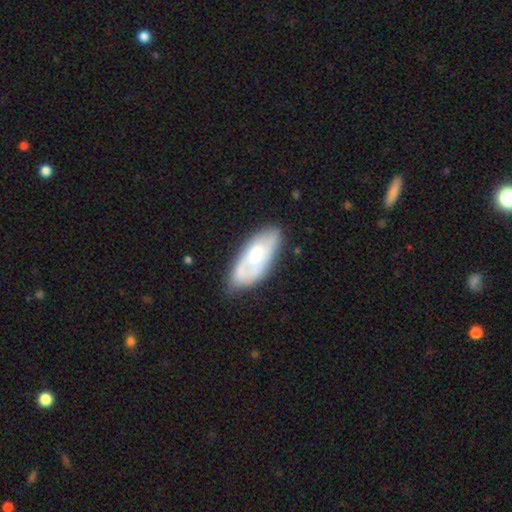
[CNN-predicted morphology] Smooth or featured? Predicted: featured or disk (p=0.52). Edge-on disk? Predicted: no (p=0.85). Merging? Predicted: none (p=0.65).